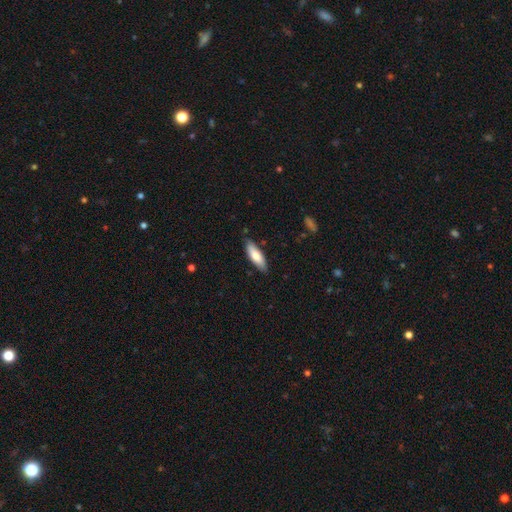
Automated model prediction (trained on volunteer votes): Smooth or featured: smooth — 77% (featured or disk — 18%)
How rounded: in between — 59% (cigar-shaped — 40%)
Merging: none — 83% (minor disturbance — 14%)